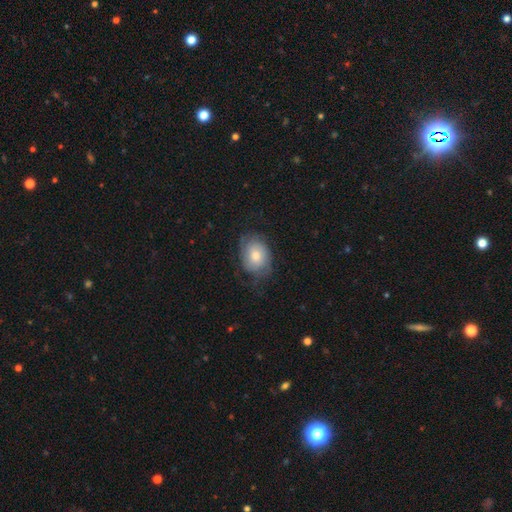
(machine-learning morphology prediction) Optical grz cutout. It shows a smooth galaxy with no disk features (50%) that is in between round and cigar-shaped (66%). Merging: none (60%).